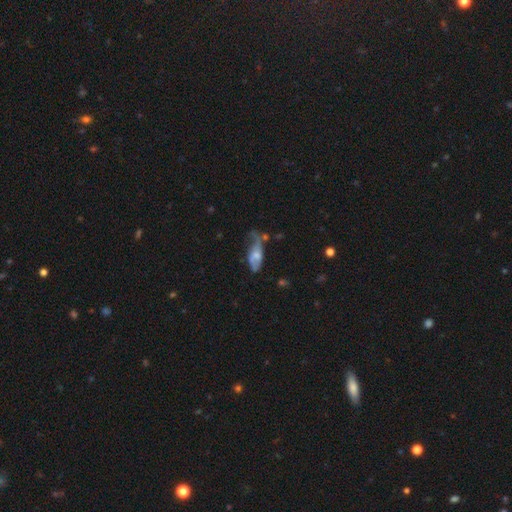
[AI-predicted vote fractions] Smooth or featured?
  - smooth: 47% *
  - featured or disk: 45%
  - star or artifact: 8%
Merging?
  - major disturbance: 35% *
  - minor disturbance: 30%
  - none: 25%
  - merger: 10%